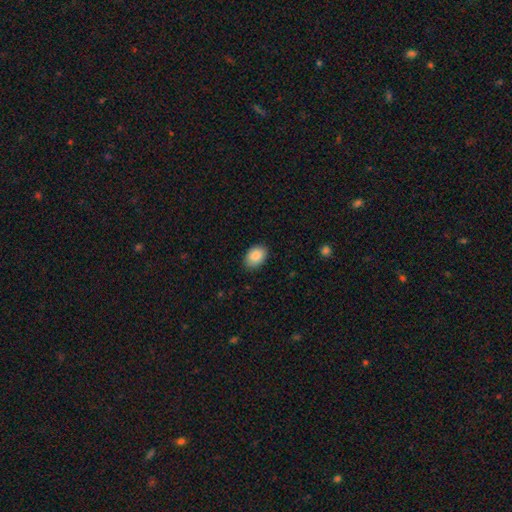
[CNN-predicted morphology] Smooth or featured?
  - smooth: 89% *
  - star or artifact: 7%
  - featured or disk: 5%
How rounded?
  - in between: 81% *
  - round: 18%
  - cigar-shaped: 1%
Merging?
  - none: 85% *
  - minor disturbance: 12%
  - major disturbance: 2%
  - merger: 1%